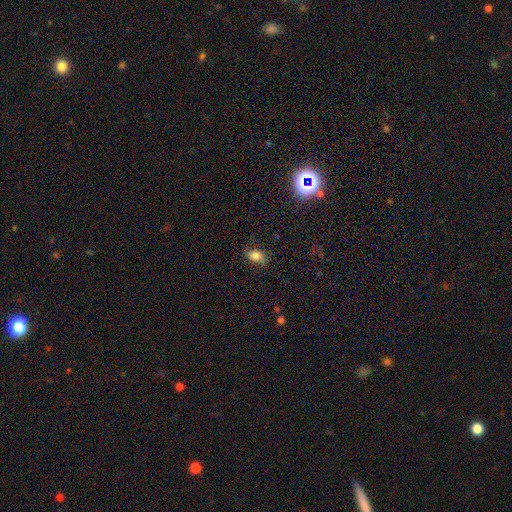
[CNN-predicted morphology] Smooth or featured? smooth (76%)
How rounded? in between (75%)
Merging? none (71%)